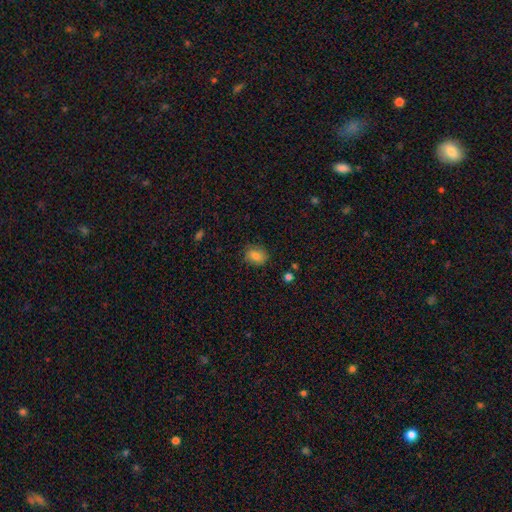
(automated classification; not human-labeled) Smooth or featured? smooth (83%)
How rounded? in between (59%)
Merging? none (80%)